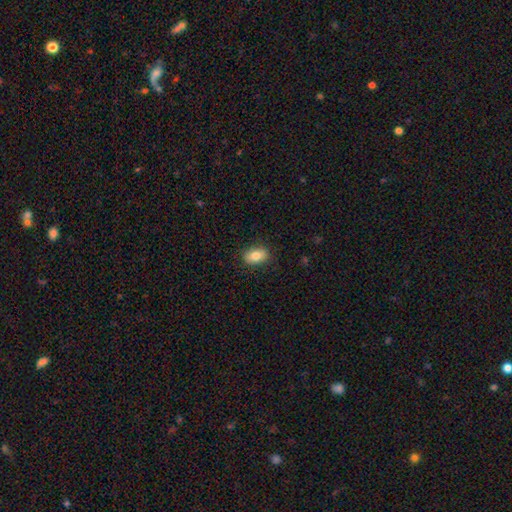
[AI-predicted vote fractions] Smooth or featured? Predicted: smooth (p=0.82). How rounded? Predicted: in between (p=0.86). Merging? Predicted: none (p=0.86).